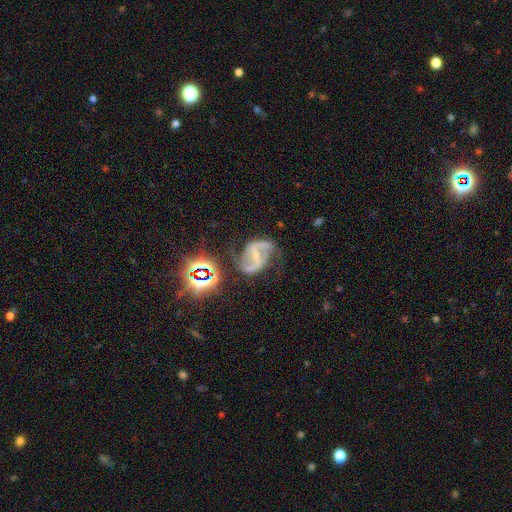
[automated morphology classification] smooth-or-featured: featured or disk: 82% | star or artifact: 12% | smooth: 6%
  disk-edge-on: no: 98% | yes: 2%
    bar: strong: 54% | weak: 33% | no: 13%
    has-spiral-arms: yes: 95% | no: 5%
      spiral-winding: medium: 45% | loose: 43% | tight: 12%
      spiral-arm-count: 2: 91% | can't tell: 3% | 1: 2% | 3: 1% | 4: 1% | more than 4: 1%
    bulge-size: small: 56% | none: 26% | moderate: 15% | large: 1% | dominant: 1%
  merging: none: 63% | minor disturbance: 20% | major disturbance: 14% | merger: 4%